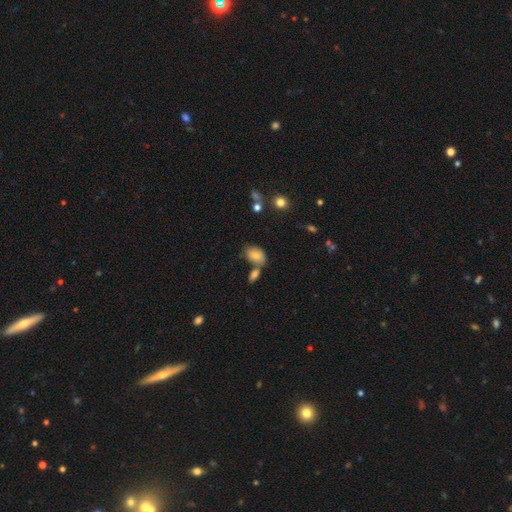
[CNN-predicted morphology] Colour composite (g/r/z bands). It shows a smooth galaxy with no disk features (79%) that is in between round and cigar-shaped (86%). Merging: none (50%).